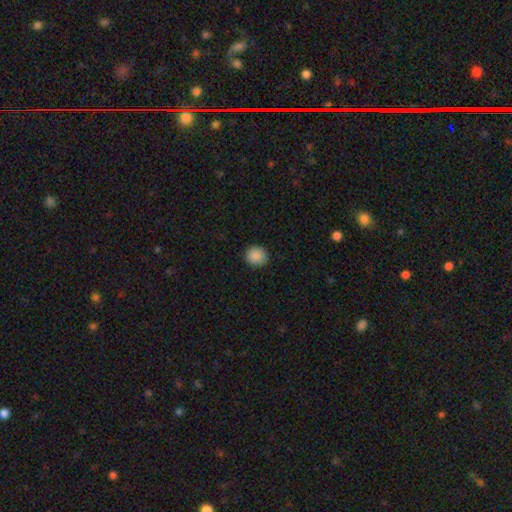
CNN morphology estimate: type=smooth (89%); roundness=round (90%); merging=none (91%).